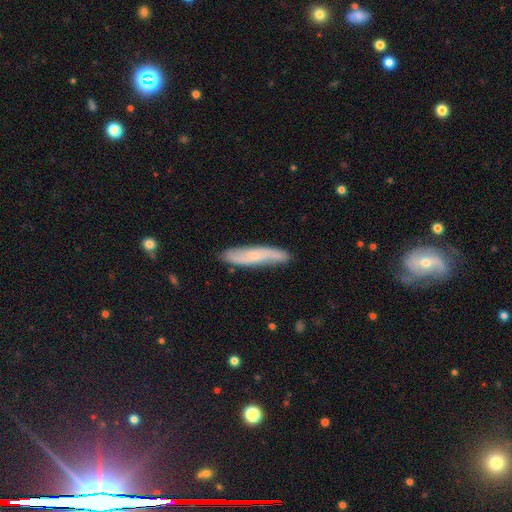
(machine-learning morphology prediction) A featured or disk galaxy (55%).

Vote fractions:
- Smooth or featured? featured or disk: 55% / smooth: 39% / star or artifact: 6%
- Edge-on disk? no: 59% / yes: 41%
- Merging? none: 82% / minor disturbance: 14% / major disturbance: 3% / merger: 2%